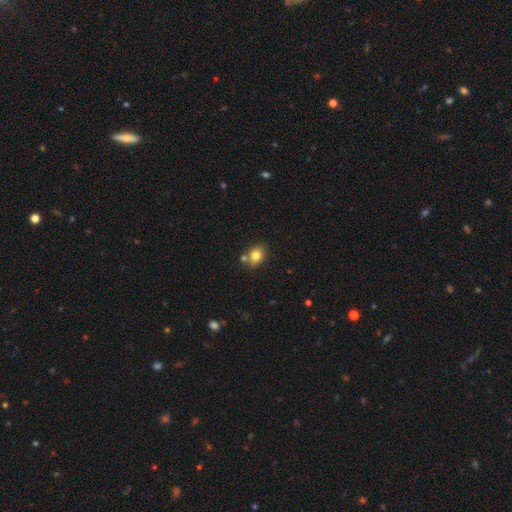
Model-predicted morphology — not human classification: This is clearly a smooth galaxy (81%). How rounded: possibly round (50%). Merging: likely none (65%).